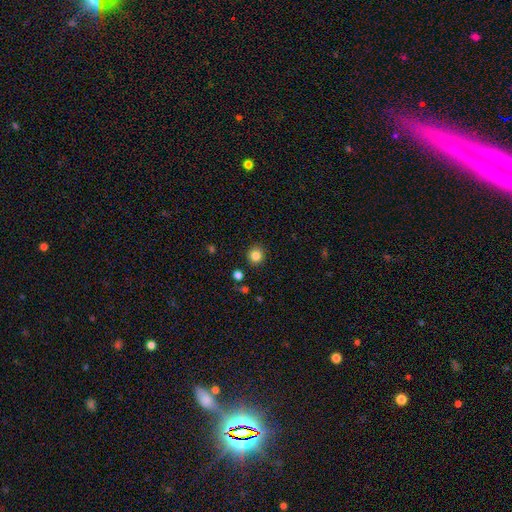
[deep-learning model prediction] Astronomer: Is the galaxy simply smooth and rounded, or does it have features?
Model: smooth — 84%.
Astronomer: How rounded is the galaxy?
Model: round — 92%.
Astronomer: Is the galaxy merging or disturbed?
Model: none — 89%.